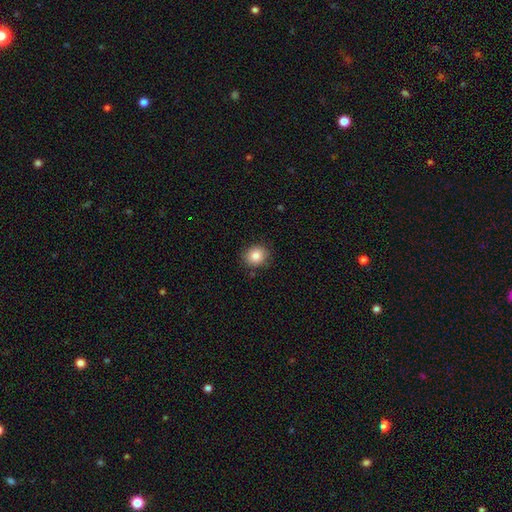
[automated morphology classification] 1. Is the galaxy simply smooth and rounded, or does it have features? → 84% smooth, 10% star or artifact, 6% featured or disk.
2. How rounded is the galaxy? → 77% round, 22% in between, 1% cigar-shaped.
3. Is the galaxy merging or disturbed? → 87% none, 10% minor disturbance, 2% major disturbance, 1% merger.